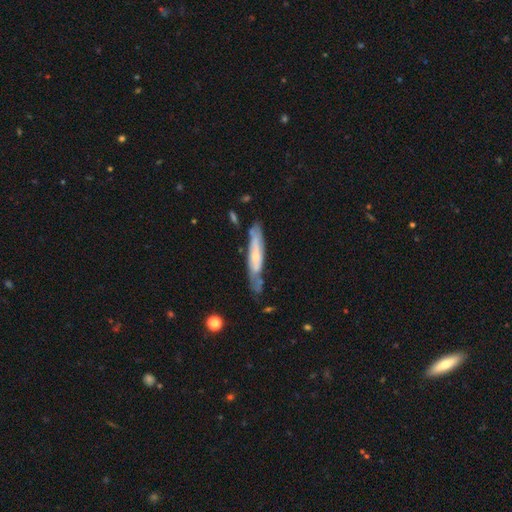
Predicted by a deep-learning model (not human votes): smooth-or-featured: featured or disk: 58% | smooth: 36% | star or artifact: 6%
  disk-edge-on: yes: 59% | no: 41%
  merging: none: 65% | minor disturbance: 23% | major disturbance: 6% | merger: 6%